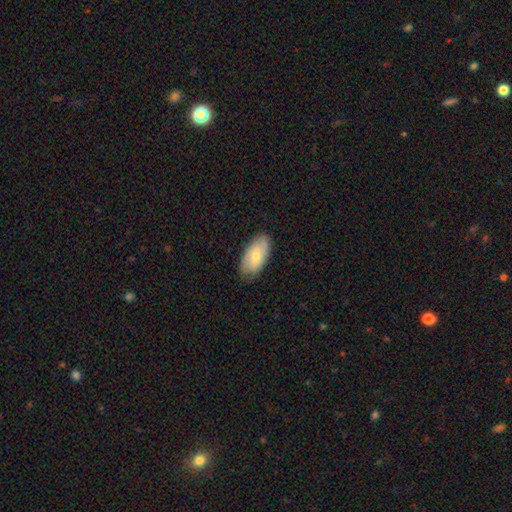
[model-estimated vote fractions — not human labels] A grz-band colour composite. It shows a smooth galaxy with no disk features (58%) that is in between round and cigar-shaped (92%). Merging: none (82%).